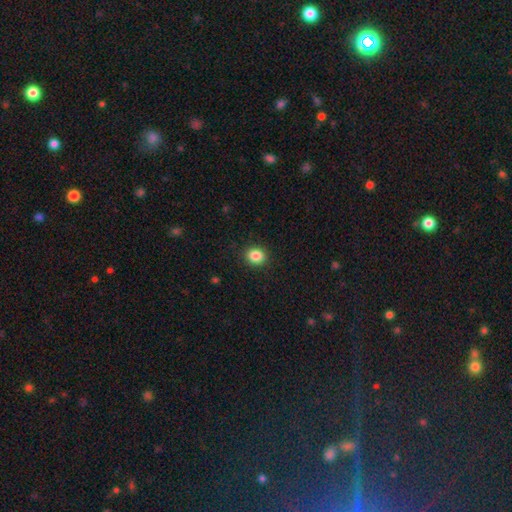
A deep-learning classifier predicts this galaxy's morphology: smooth 86%, star or artifact 10%, featured or disk 4%. Down the decision tree: how rounded — round (72%); merging — none (91%).